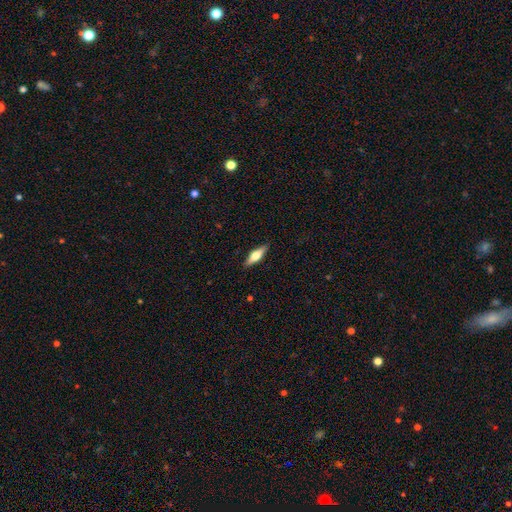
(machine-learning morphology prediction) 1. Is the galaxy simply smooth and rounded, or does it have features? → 51% smooth, 43% featured or disk, 6% star or artifact.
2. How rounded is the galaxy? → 54% cigar-shaped, 43% in between, 2% round.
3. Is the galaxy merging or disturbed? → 88% none, 9% minor disturbance, 2% major disturbance, 1% merger.